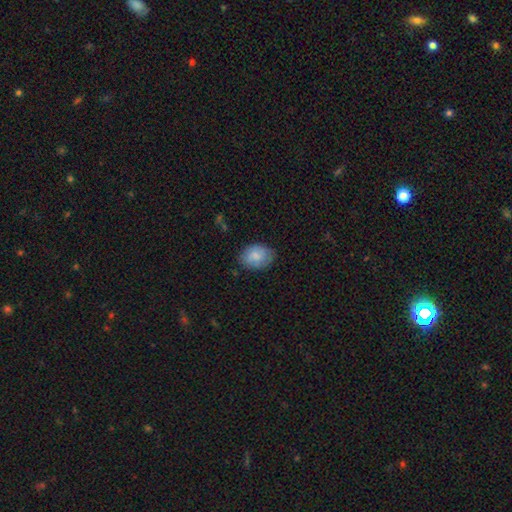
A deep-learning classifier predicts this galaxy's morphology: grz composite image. It shows a smooth galaxy with no disk features (83%) that is in between round and cigar-shaped (74%). Merging: none (75%).